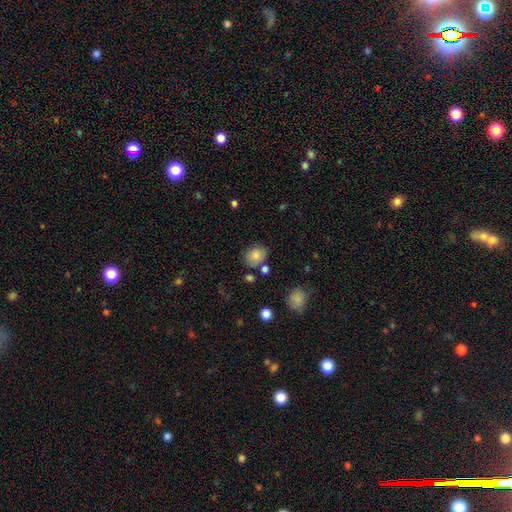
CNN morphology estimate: Smooth or featured? Predicted: smooth (p=0.83). How rounded? Predicted: in between (p=0.53). Merging? Predicted: none (p=0.73).